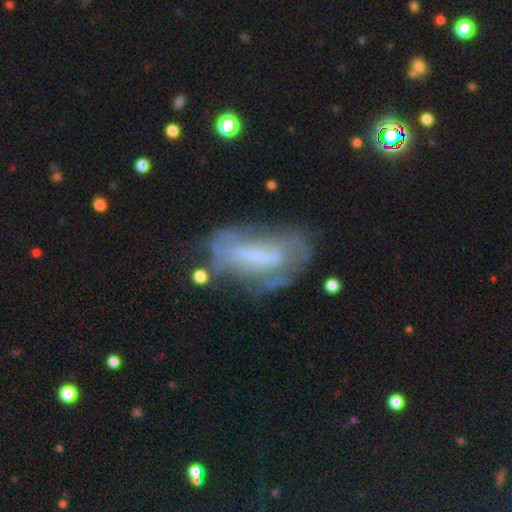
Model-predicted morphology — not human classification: type=featured or disk (55%); edge-on=no (89%); merging=none (46%).